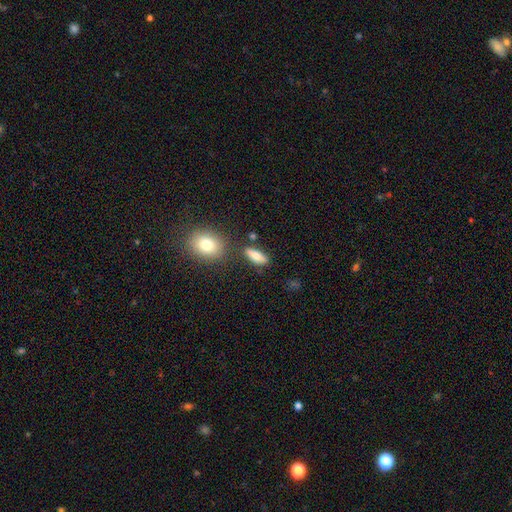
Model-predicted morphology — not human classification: smooth-or-featured: smooth: 78% | featured or disk: 15% | star or artifact: 8%
  how-rounded: in between: 69% | cigar-shaped: 25% | round: 5%
  merging: none: 78% | minor disturbance: 11% | merger: 8% | major disturbance: 4%